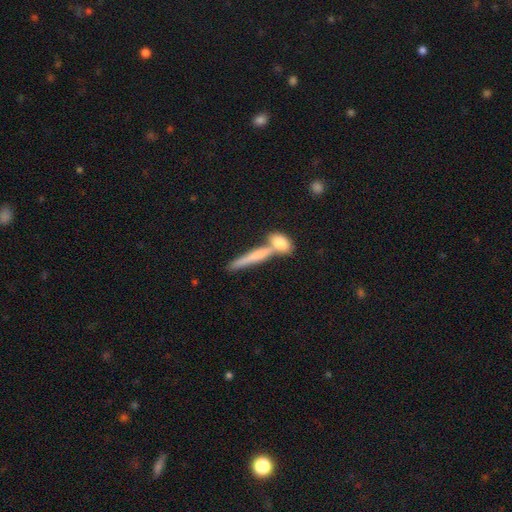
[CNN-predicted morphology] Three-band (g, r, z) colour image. It shows a smooth galaxy with no disk features (64%) that is cigar-shaped (82%). Merging: none (53%).